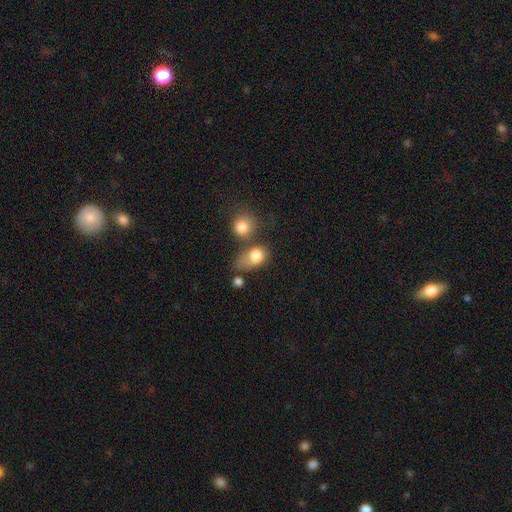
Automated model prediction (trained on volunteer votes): This is likely a smooth galaxy (79%). How rounded: possibly in between (57%). Merging: marginally merger (34%).